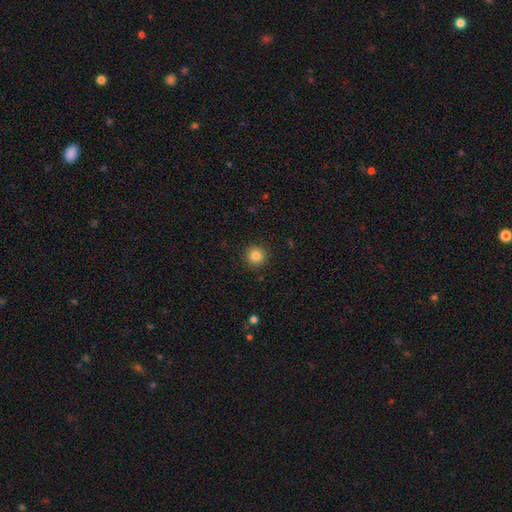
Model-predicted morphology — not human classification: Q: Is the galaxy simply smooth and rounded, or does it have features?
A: smooth — 84%.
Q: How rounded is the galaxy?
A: round — 95%.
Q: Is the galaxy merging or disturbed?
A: none — 91%.